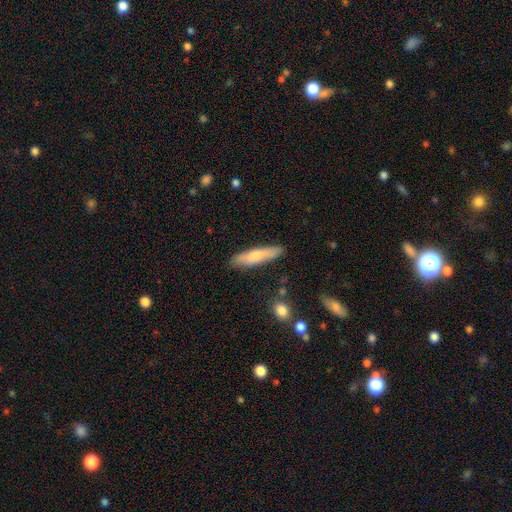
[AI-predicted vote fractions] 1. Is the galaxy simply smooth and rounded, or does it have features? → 67% smooth, 27% featured or disk, 6% star or artifact.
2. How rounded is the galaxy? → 77% cigar-shaped, 21% in between, 2% round.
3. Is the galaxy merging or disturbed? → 84% none, 11% minor disturbance, 2% major disturbance, 2% merger.